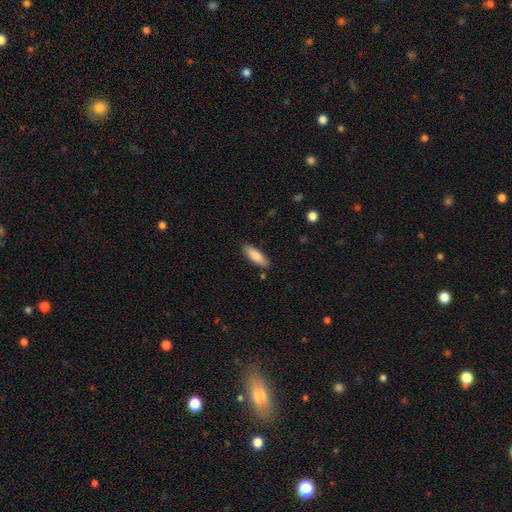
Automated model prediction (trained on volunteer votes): Smooth or featured: smooth — 85% (featured or disk — 9%)
How rounded: in between — 57% (cigar-shaped — 42%)
Merging: none — 86% (minor disturbance — 10%)